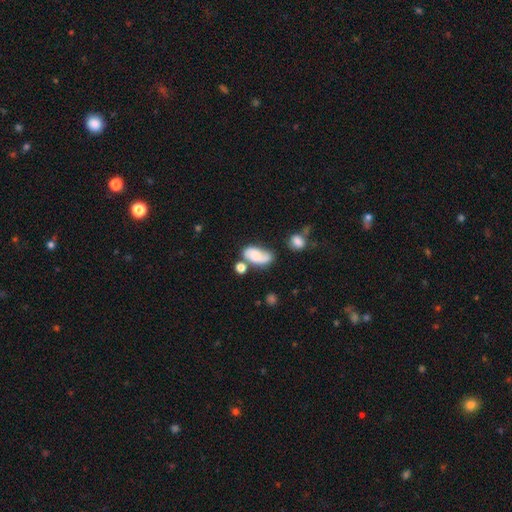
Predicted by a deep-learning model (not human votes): smooth_or_featured: smooth (p=0.54) [alt: featured or disk p=0.36]
how_rounded: in between (p=0.90) [alt: round p=0.06]
merging: none (p=0.38) [alt: merger p=0.25]